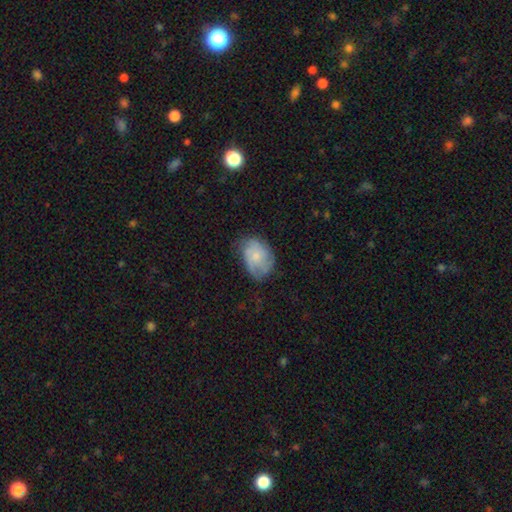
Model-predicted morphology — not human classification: smooth_or_featured: smooth (p=0.46) [tied with: featured or disk p=0.46]
merging: none (p=0.56) [alt: minor disturbance p=0.30]